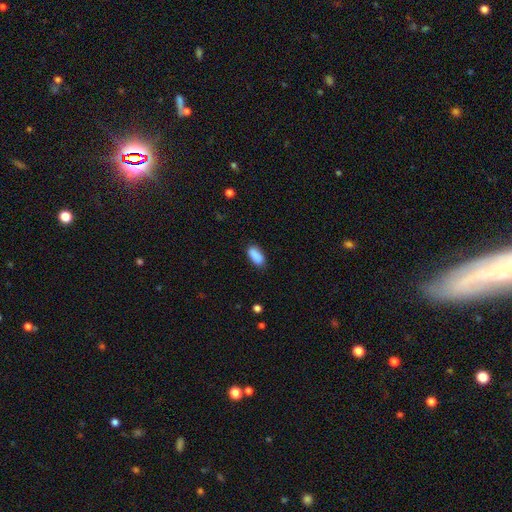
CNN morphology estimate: Overall: smooth (89%). How rounded: in between (84%). Merging: none (82%).